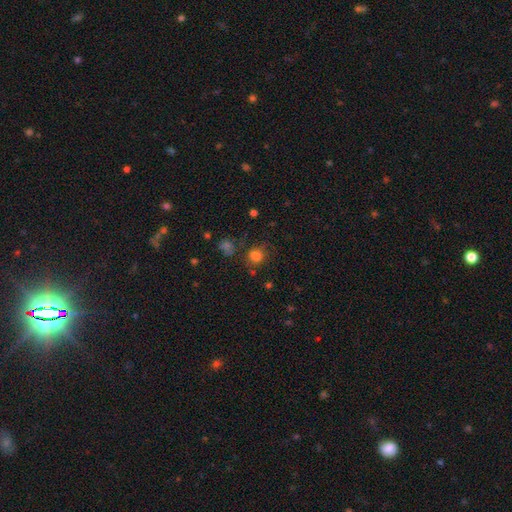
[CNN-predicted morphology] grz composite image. It shows a smooth galaxy with no disk features (78%) that is round (72%). Merging: none (67%).